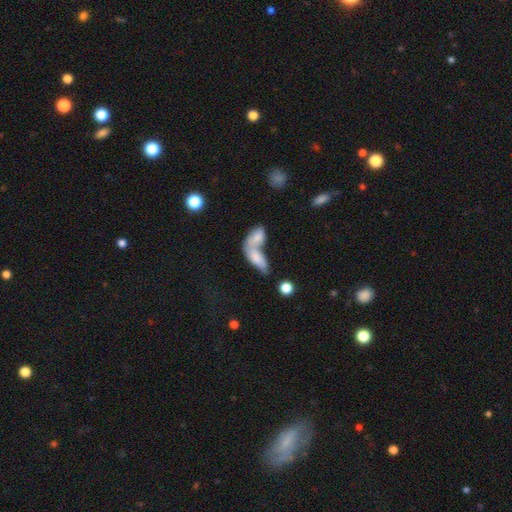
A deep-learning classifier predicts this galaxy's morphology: This is likely a smooth galaxy (70%). How rounded: likely in between (77%). Merging: likely merger (71%).